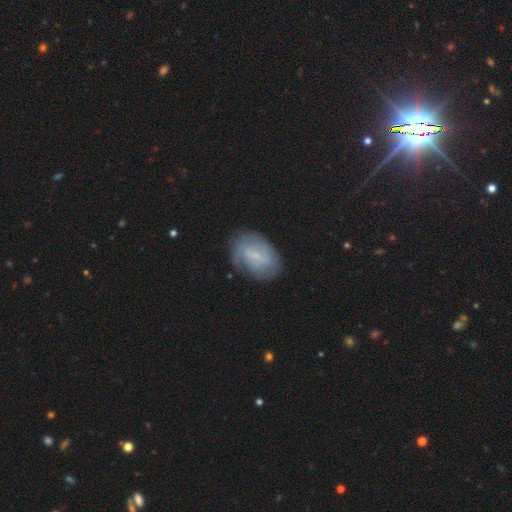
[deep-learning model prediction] Q: Smooth or featured?
A: featured or disk (49%); runner-up: smooth (42%)
Q: Merging?
A: none (68%); runner-up: minor disturbance (22%)